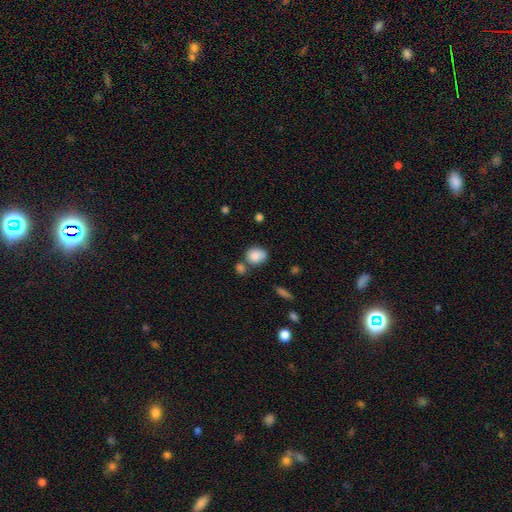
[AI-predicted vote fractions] Morphology: type=smooth (84%); roundness=round (59%); merging=none (58%).